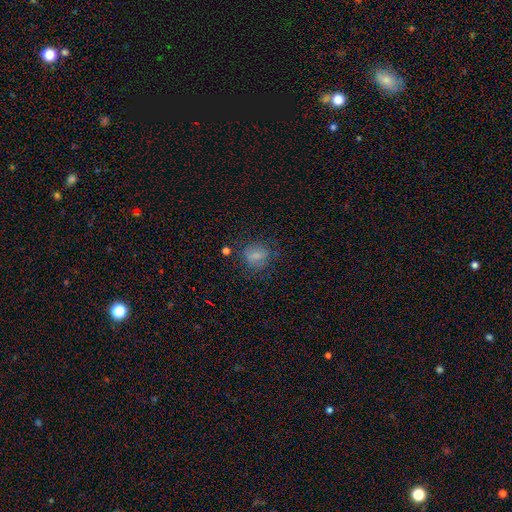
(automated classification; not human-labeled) A smooth galaxy with no disk features (69%) that is round (59%). Merging: none (66%).